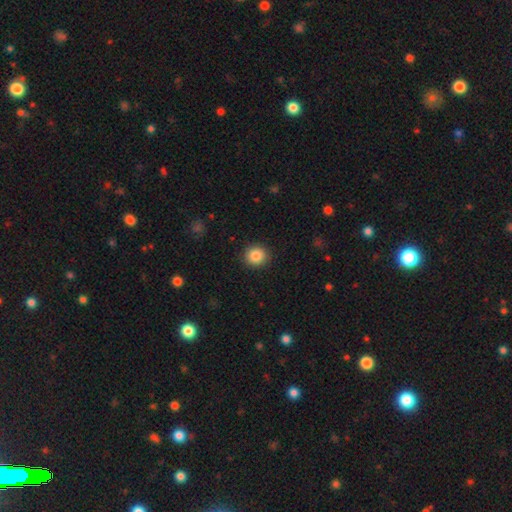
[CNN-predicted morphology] smooth-or-featured: smooth: 85% | star or artifact: 9% | featured or disk: 5%
  how-rounded: round: 91% | in between: 8% | cigar-shaped: 1%
  merging: none: 91% | minor disturbance: 6% | major disturbance: 2% | merger: 1%